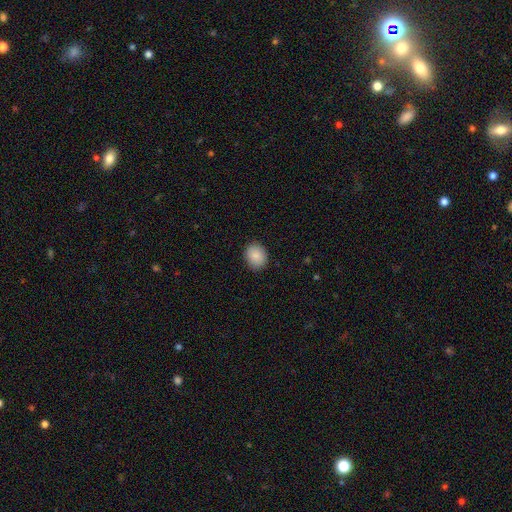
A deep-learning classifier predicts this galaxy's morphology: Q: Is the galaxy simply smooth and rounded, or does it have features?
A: smooth — 88%.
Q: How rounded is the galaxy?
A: round — 61%.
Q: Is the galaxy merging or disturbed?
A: none — 88%.